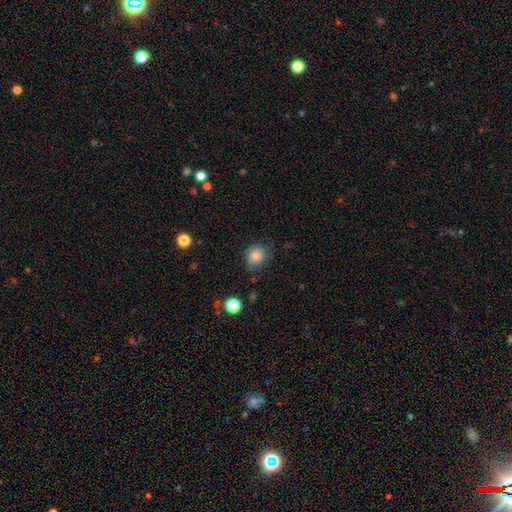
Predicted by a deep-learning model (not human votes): smooth-or-featured: smooth: 84% | star or artifact: 10% | featured or disk: 6%
  how-rounded: round: 72% | in between: 27% | cigar-shaped: 1%
  merging: none: 73% | minor disturbance: 20% | major disturbance: 5% | merger: 2%